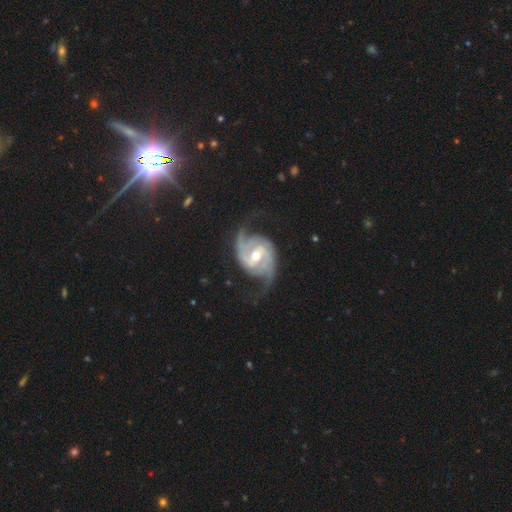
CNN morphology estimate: Smooth or featured: featured or disk — 92% (star or artifact — 4%)
Edge-on disk: no — 98% (yes — 2%)
Bar: weak — 50% (strong — 26%)
Spiral arms: yes — 98% (no — 2%)
Spiral winding: medium — 50% (tight — 27%)
Spiral arm count: 2 — 80% (3 — 9%)
Bulge size: moderate — 72% (small — 21%)
Merging: none — 70% (minor disturbance — 18%)